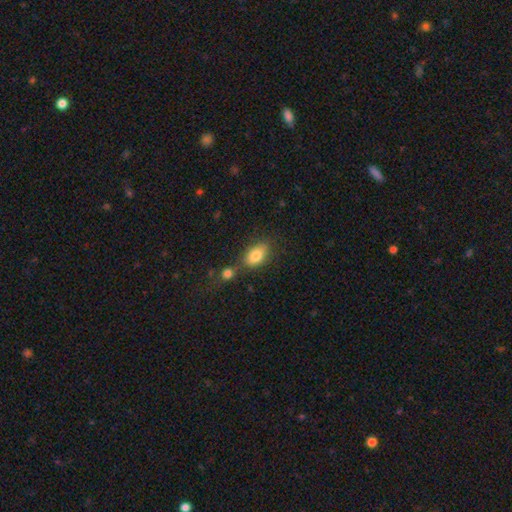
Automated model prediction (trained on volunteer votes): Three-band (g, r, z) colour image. It shows a smooth galaxy with no disk features (81%) that is in between round and cigar-shaped (86%). Merging: none (57%).